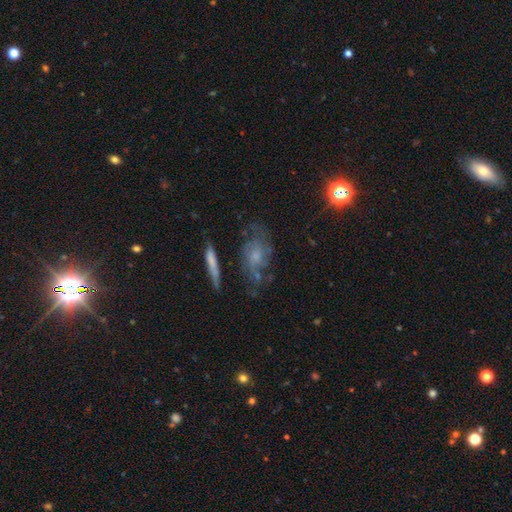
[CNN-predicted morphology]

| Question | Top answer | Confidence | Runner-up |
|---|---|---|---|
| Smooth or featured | featured or disk | 62% | smooth (27%) |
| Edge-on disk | no | 89% | yes (11%) |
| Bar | no | 73% | weak (23%) |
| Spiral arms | yes | 78% | no (22%) |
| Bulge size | small | 40% | moderate (37%) |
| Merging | none | 55% | minor disturbance (22%) |